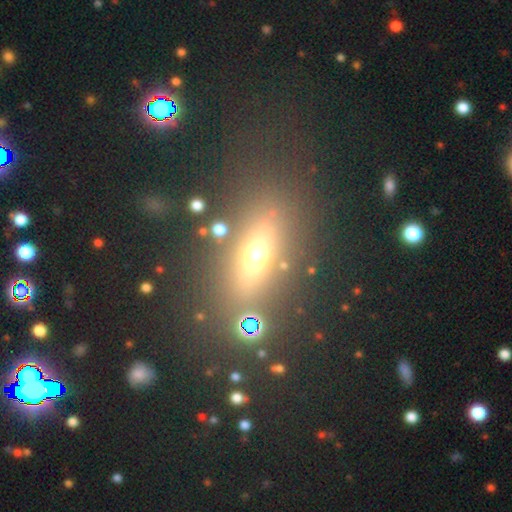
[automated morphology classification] This appears to be a smooth galaxy with no disk features (52%) that is in between round and cigar-shaped (61%). Merging: none (79%).